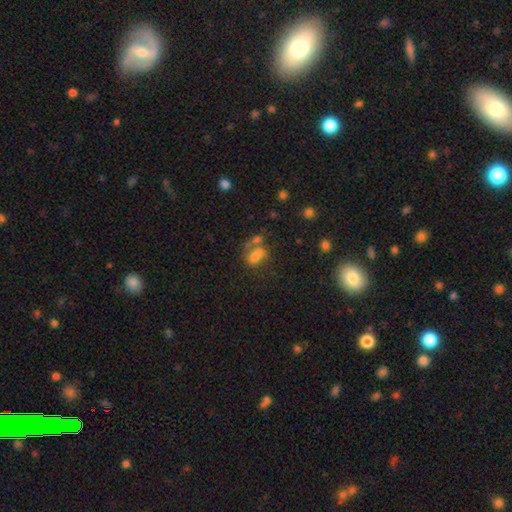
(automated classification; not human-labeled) smooth-or-featured: smooth: 59% | featured or disk: 22% | star or artifact: 19%
  how-rounded: in between: 72% | round: 24% | cigar-shaped: 4%
  merging: merger: 43% | none: 28% | major disturbance: 16% | minor disturbance: 13%